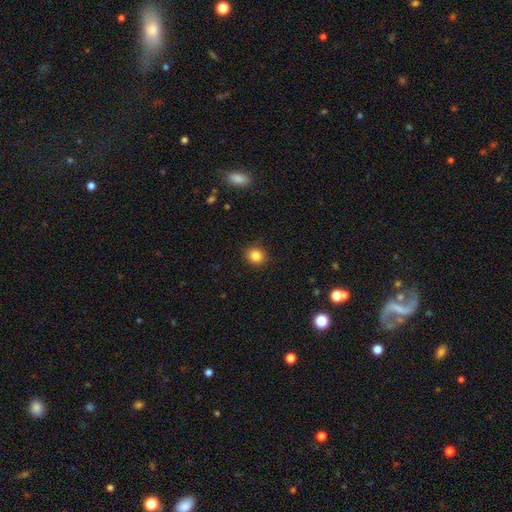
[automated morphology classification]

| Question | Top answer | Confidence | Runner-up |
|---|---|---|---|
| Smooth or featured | smooth | 84% | star or artifact (11%) |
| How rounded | round | 79% | in between (20%) |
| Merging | none | 90% | minor disturbance (7%) |